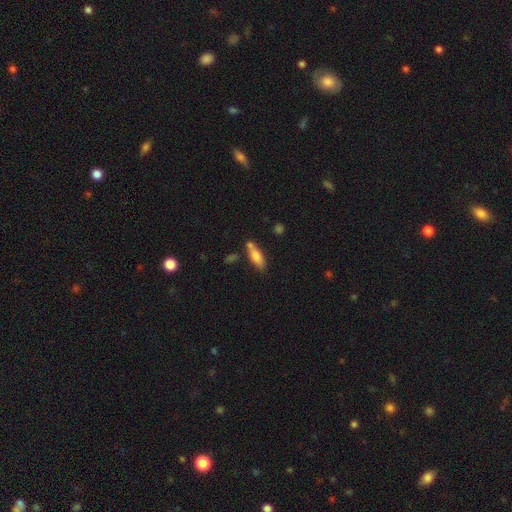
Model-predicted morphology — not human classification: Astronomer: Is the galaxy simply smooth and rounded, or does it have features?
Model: smooth — 75%.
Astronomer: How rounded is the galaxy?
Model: in between — 58% (runner-up: cigar-shaped, 39%).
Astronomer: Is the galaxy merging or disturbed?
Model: none — 57%.